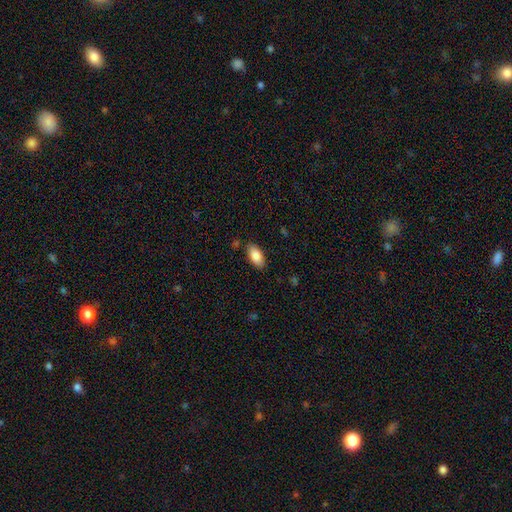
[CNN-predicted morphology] A smooth galaxy with no disk features (86%) that is in between round and cigar-shaped (92%).

Vote fractions:
- Smooth or featured? smooth: 86% / featured or disk: 7% / star or artifact: 7%
- How rounded? in between: 92% / cigar-shaped: 6% / round: 2%
- Merging? none: 85% / minor disturbance: 11% / major disturbance: 2% / merger: 2%